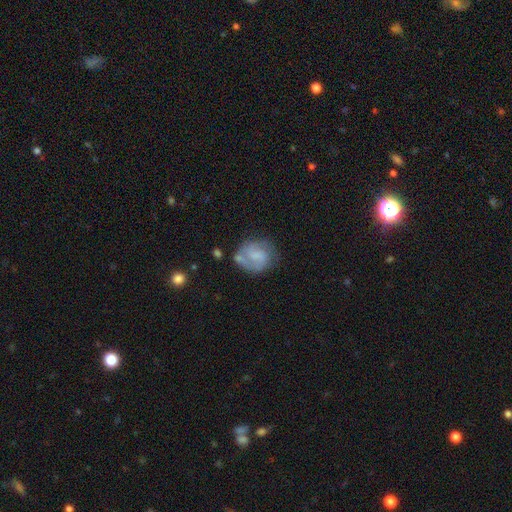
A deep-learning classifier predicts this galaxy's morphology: type=featured or disk (49%); merging=none (52%).